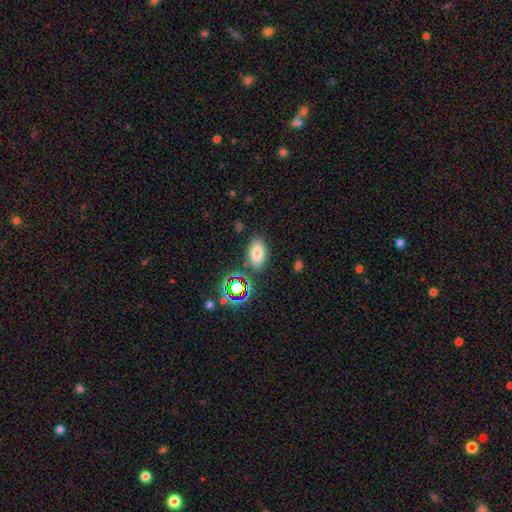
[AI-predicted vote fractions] smooth_or_featured: smooth (p=0.74) [alt: star or artifact p=0.16]
how_rounded: in between (p=0.89) [alt: round p=0.09]
merging: none (p=0.79) [alt: minor disturbance p=0.12]